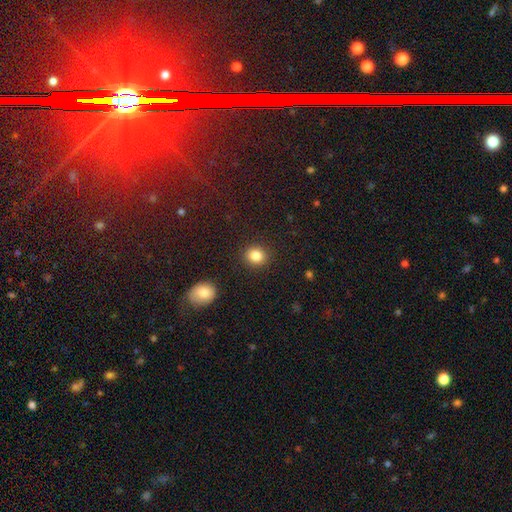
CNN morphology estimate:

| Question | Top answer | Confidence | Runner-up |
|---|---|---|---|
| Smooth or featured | smooth | 85% | star or artifact (10%) |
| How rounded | round | 81% | in between (18%) |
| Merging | none | 90% | minor disturbance (6%) |